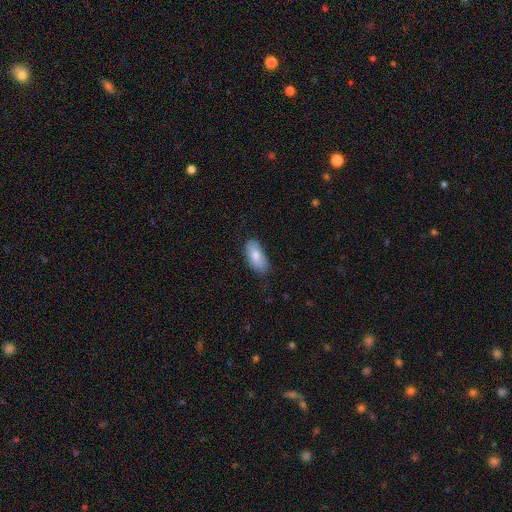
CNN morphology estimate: smooth 82%, featured or disk 12%, star or artifact 6%. Down the decision tree: how rounded — in between (90%); merging — none (82%).